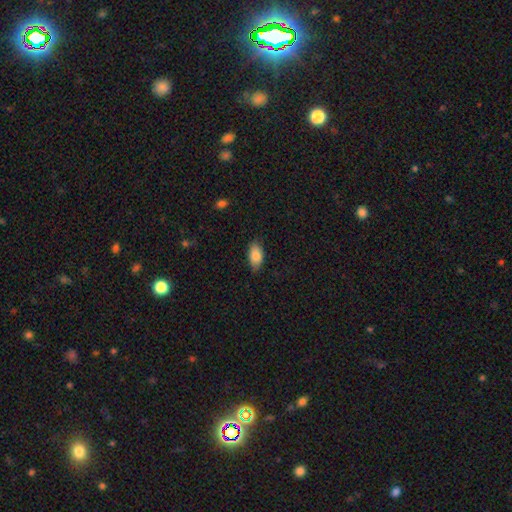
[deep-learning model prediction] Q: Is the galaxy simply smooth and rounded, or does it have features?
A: smooth — 84%.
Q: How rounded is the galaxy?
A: in between — 92%.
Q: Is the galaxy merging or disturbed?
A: none — 82%.